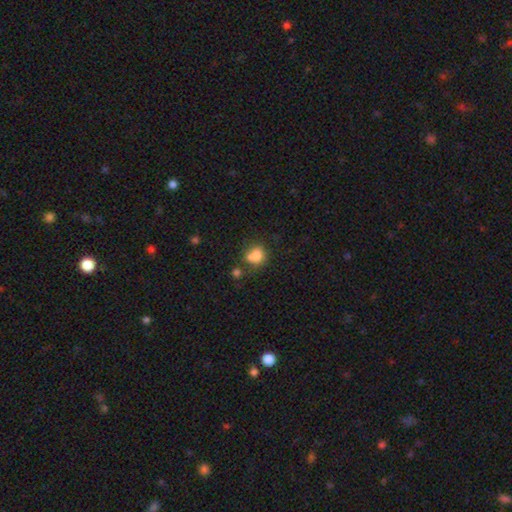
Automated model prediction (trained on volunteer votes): Smooth or featured? smooth (78%)
How rounded? round (63%)
Merging? none (42%)